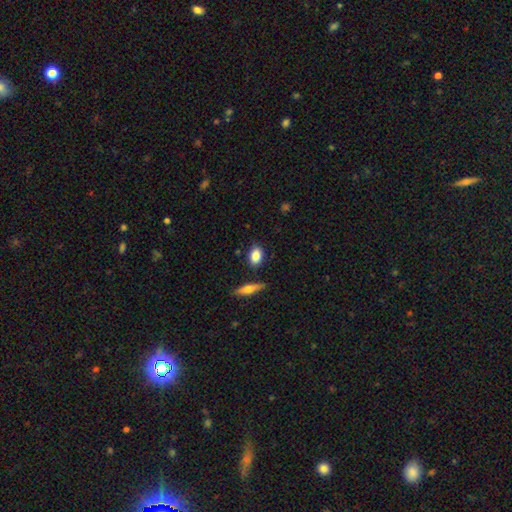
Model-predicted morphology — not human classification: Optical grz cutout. It shows a smooth galaxy with no disk features (85%) that is in between round and cigar-shaped (79%). Merging: none (82%).